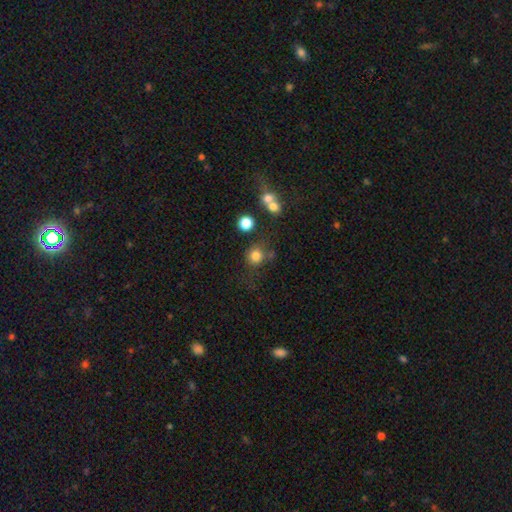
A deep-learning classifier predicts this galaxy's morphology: smooth 80%, star or artifact 14%, featured or disk 7%. Down the decision tree: how rounded — round (88%); merging — none (69%).